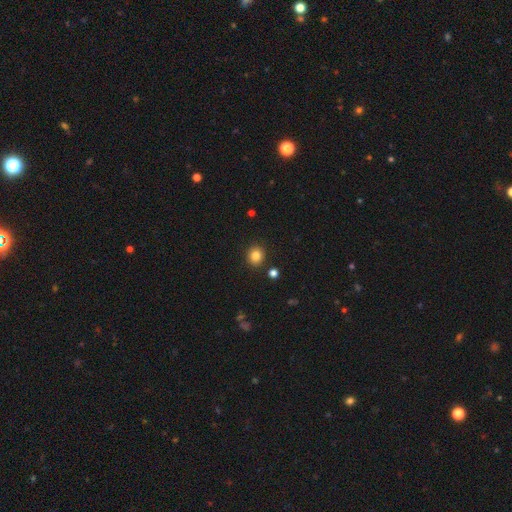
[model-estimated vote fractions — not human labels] Q: Smooth or featured?
A: smooth (83%); runner-up: star or artifact (11%)
Q: How rounded?
A: round (76%); runner-up: in between (24%)
Q: Merging?
A: none (88%); runner-up: minor disturbance (7%)